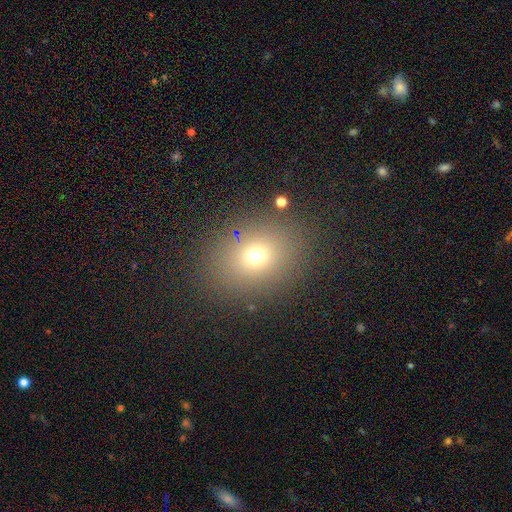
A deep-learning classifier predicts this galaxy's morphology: smooth-or-featured: smooth: 70% | star or artifact: 20% | featured or disk: 10%
  how-rounded: round: 55% | in between: 44% | cigar-shaped: 1%
  merging: none: 85% | minor disturbance: 9% | major disturbance: 4% | merger: 2%